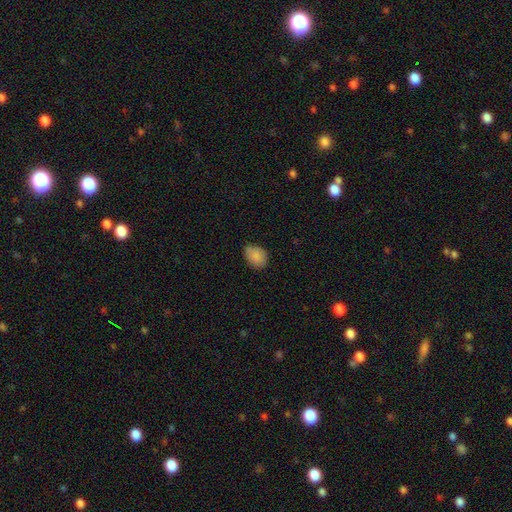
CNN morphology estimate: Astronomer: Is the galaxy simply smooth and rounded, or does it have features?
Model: smooth — 86%.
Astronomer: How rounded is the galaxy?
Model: in between — 69%.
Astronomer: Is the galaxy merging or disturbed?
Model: none — 70%.